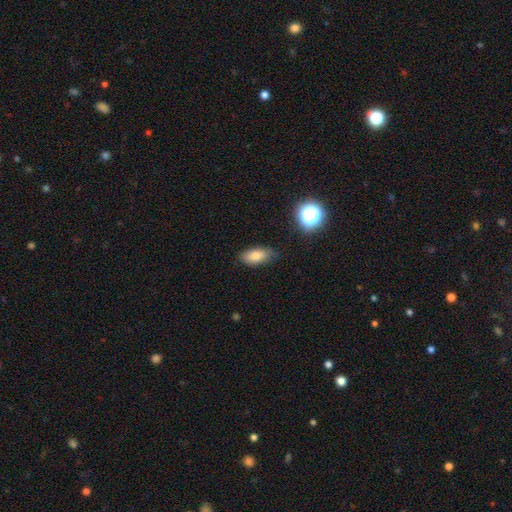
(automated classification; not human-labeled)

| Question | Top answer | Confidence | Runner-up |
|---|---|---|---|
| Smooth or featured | smooth | 78% | featured or disk (12%) |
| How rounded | in between | 85% | cigar-shaped (9%) |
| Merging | none | 78% | minor disturbance (17%) |